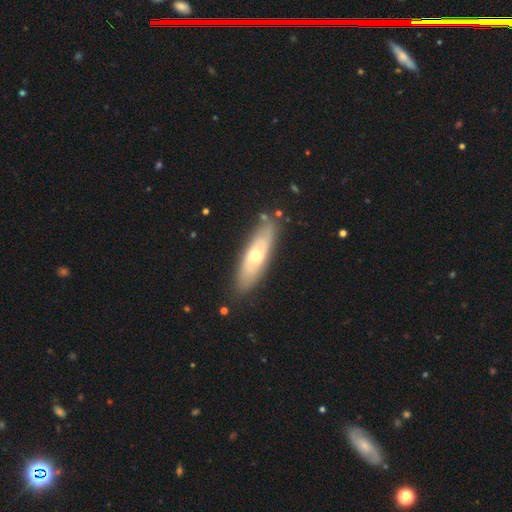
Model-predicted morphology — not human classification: Smooth or featured? Predicted: featured or disk (p=0.61). Edge-on disk? Predicted: no (p=0.70). Merging? Predicted: none (p=0.82).